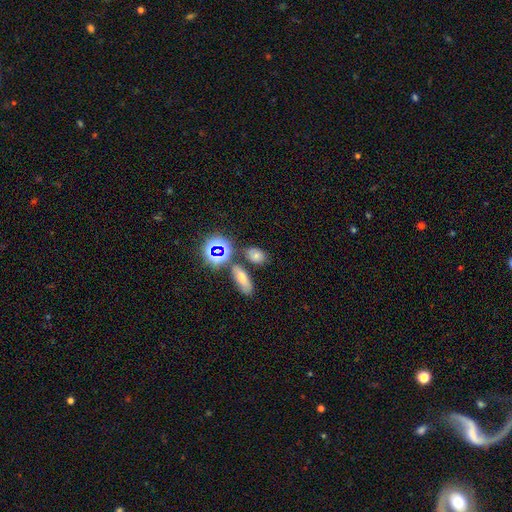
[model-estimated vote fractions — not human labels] smooth_or_featured: smooth (p=0.64) [alt: star or artifact p=0.25]
how_rounded: in between (p=0.75) [alt: round p=0.21]
merging: none (p=0.72) [alt: merger p=0.12]